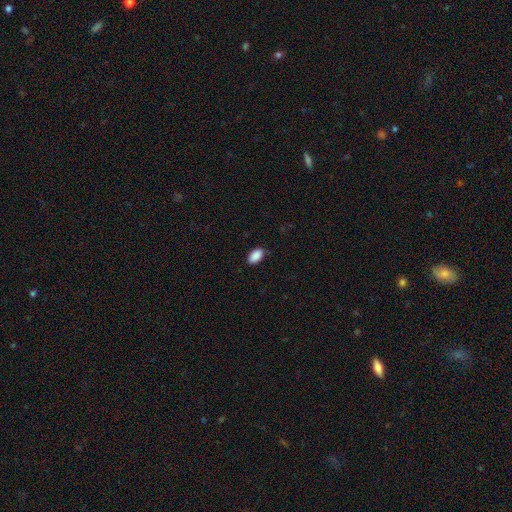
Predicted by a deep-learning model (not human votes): This is clearly a smooth galaxy (90%). How rounded: clearly in between (93%). Merging: clearly none (83%).